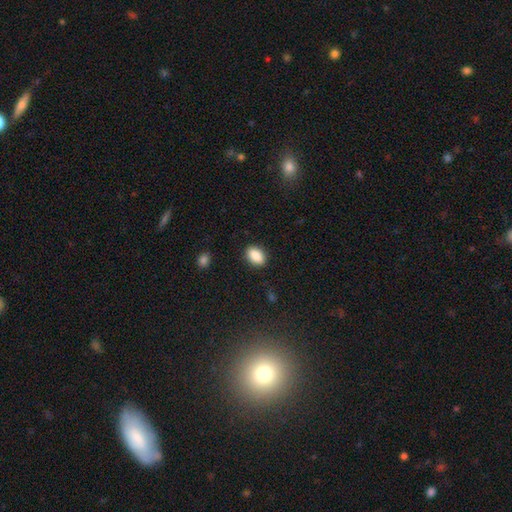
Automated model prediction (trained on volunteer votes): Q: Smooth or featured?
A: smooth (88%); runner-up: star or artifact (7%)
Q: How rounded?
A: in between (87%); runner-up: round (10%)
Q: Merging?
A: none (87%); runner-up: minor disturbance (9%)